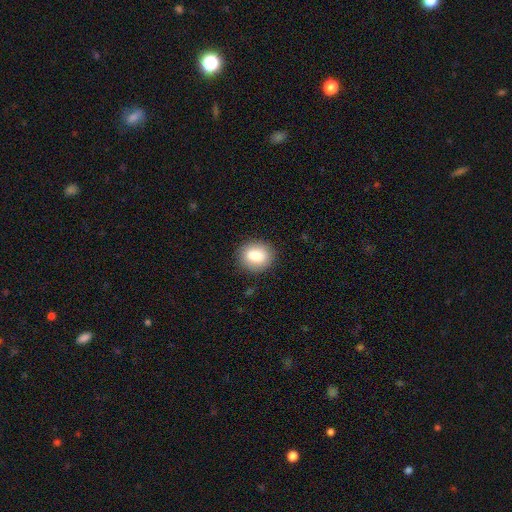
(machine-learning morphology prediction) This appears to be a smooth galaxy with no disk features (85%) that is round (61%). Merging: none (87%).